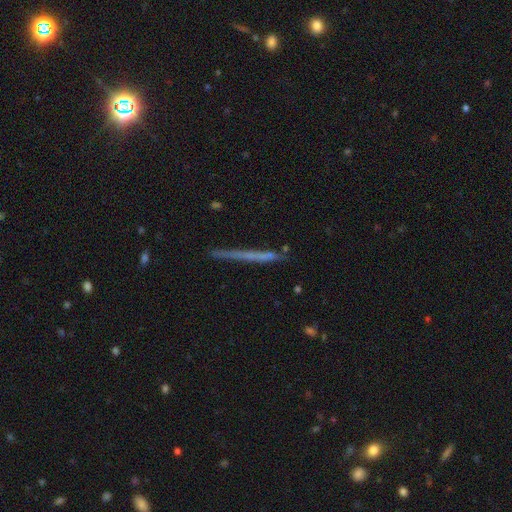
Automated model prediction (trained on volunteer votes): smooth_or_featured: featured or disk (p=0.47) [alt: smooth p=0.45]
merging: none (p=0.84) [alt: minor disturbance p=0.11]